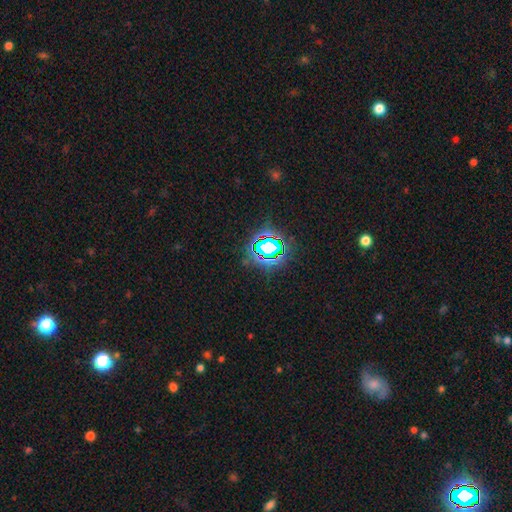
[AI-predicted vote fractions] A star or artifact, not a galaxy (78%).

Vote fractions:
- Smooth or featured? star or artifact: 78% / smooth: 14% / featured or disk: 8%